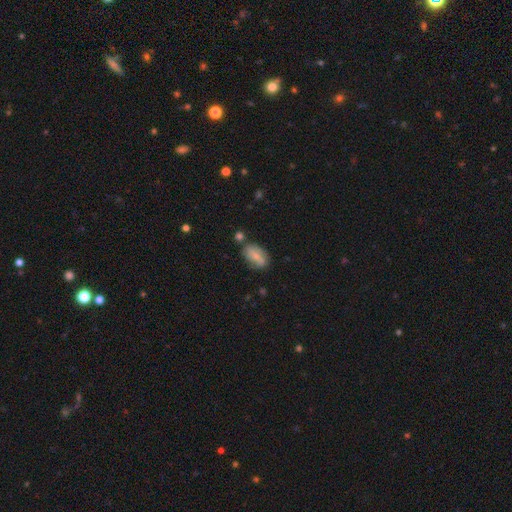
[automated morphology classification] smooth_or_featured: smooth (p=0.64) [alt: featured or disk p=0.28]
how_rounded: in between (p=0.89) [alt: round p=0.06]
merging: none (p=0.64) [alt: minor disturbance p=0.22]